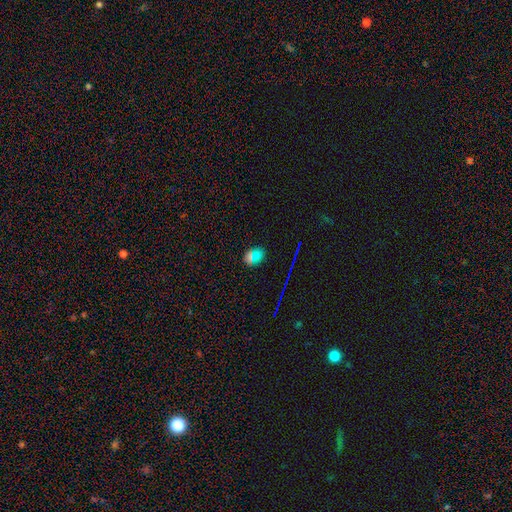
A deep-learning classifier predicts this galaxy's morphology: Smooth or featured? smooth (59%)
How rounded? in between (67%)
Merging? none (74%)